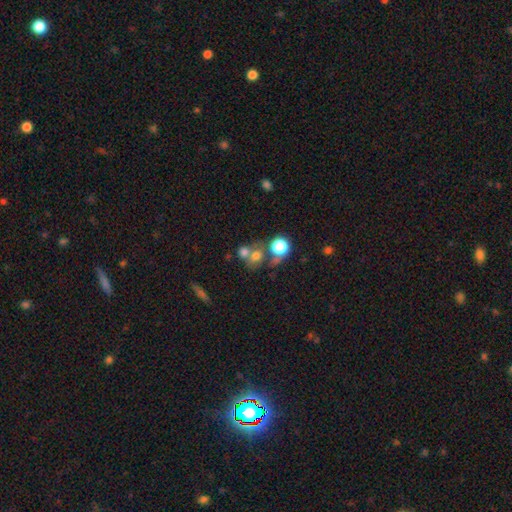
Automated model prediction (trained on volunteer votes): This appears to be a smooth galaxy with no disk features (64%) that is round (72%). Merging: merger (52%).